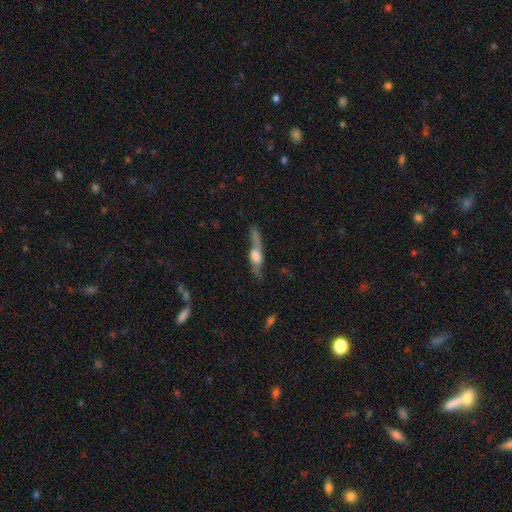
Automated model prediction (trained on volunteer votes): This appears to be a featured or disk galaxy (63%) viewed edge-on (84%) with a rounded central bulge (73%). Merging: none (57%).